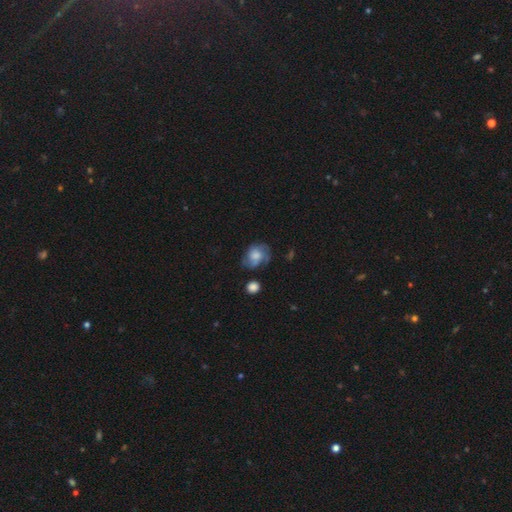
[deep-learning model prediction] A smooth galaxy with no disk features (49%). Merging: none (51%).